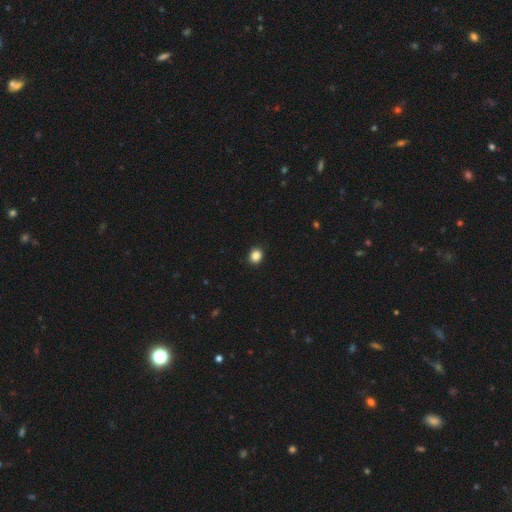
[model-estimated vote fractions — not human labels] This is clearly a smooth galaxy (86%). How rounded: likely round (72%). Merging: clearly none (91%).